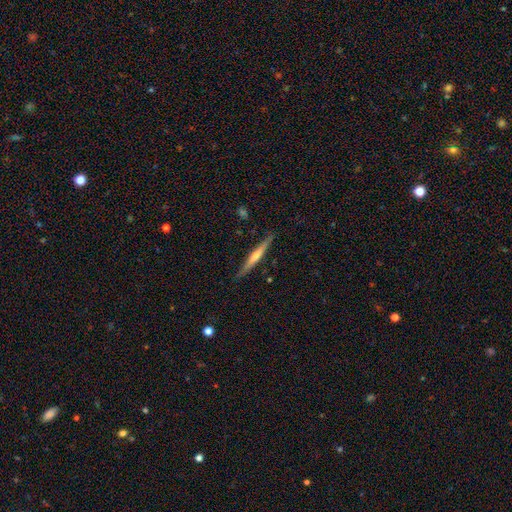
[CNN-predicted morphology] featured or disk 62%, smooth 32%, star or artifact 6%. Down the decision tree: edge-on disk — yes (97%); edge-on bulge — rounded (67%); merging — none (86%).